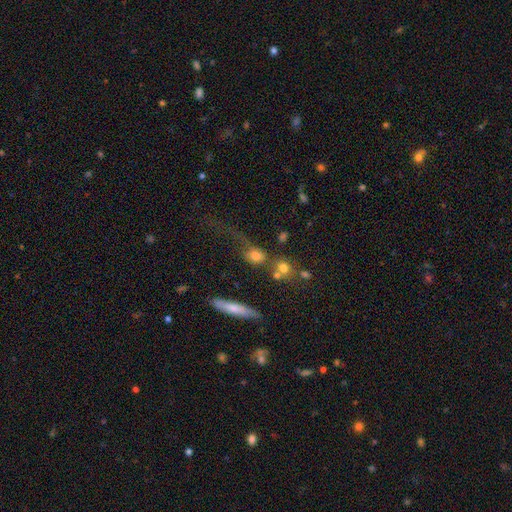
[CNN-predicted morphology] smooth-or-featured: smooth: 70% | featured or disk: 19% | star or artifact: 12%
  how-rounded: round: 54% | in between: 38% | cigar-shaped: 7%
  merging: none: 32% | major disturbance: 31% | merger: 22% | minor disturbance: 15%